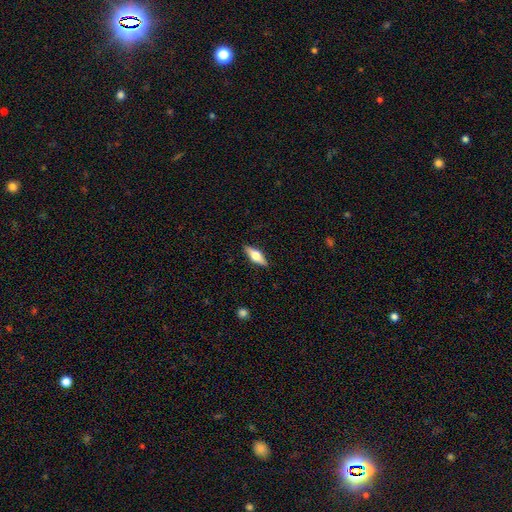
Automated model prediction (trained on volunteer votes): smooth_or_featured: featured or disk (p=0.50) [alt: smooth p=0.44]
merging: none (p=0.89) [alt: minor disturbance p=0.09]